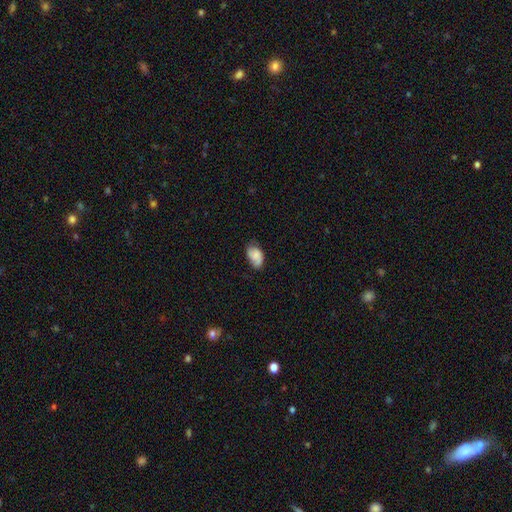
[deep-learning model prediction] A smooth galaxy with no disk features (68%) that is in between round and cigar-shaped (91%).

Vote fractions:
- Smooth or featured? smooth: 68% / featured or disk: 24% / star or artifact: 8%
- How rounded? in between: 91% / round: 8% / cigar-shaped: 1%
- Merging? none: 58% / minor disturbance: 32% / major disturbance: 8% / merger: 2%